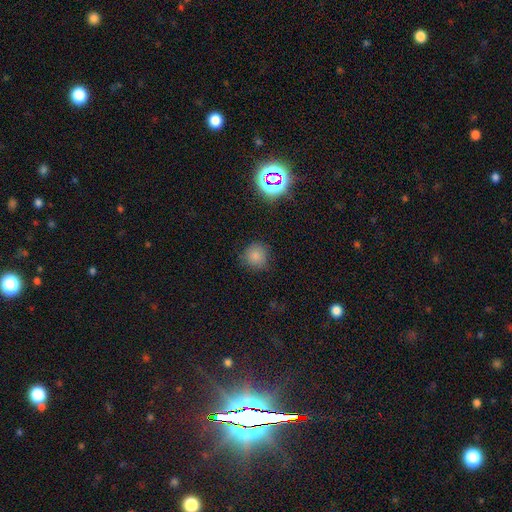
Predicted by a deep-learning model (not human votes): This appears to be a smooth galaxy with no disk features (79%) that is round (91%). Merging: none (82%).